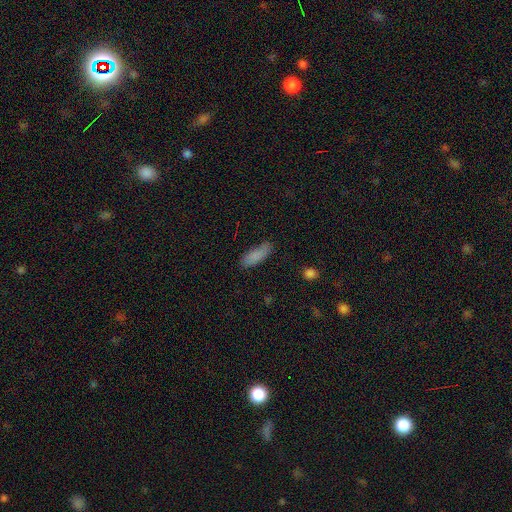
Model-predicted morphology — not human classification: smooth 86%, star or artifact 8%, featured or disk 7%. Down the decision tree: how rounded — in between (65%); merging — none (75%).